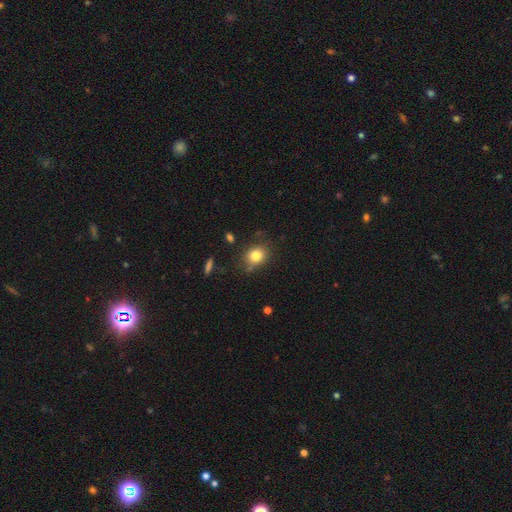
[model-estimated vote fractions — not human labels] This appears to be a smooth galaxy with no disk features (81%) that is round (66%). Merging: none (78%).